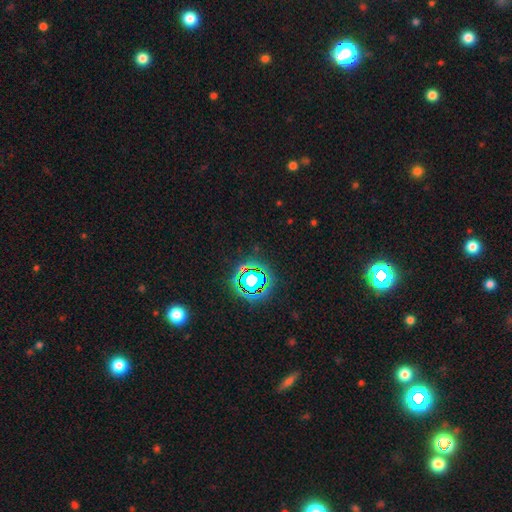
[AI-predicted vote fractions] Q: Smooth or featured?
A: star or artifact (79%); runner-up: smooth (13%)